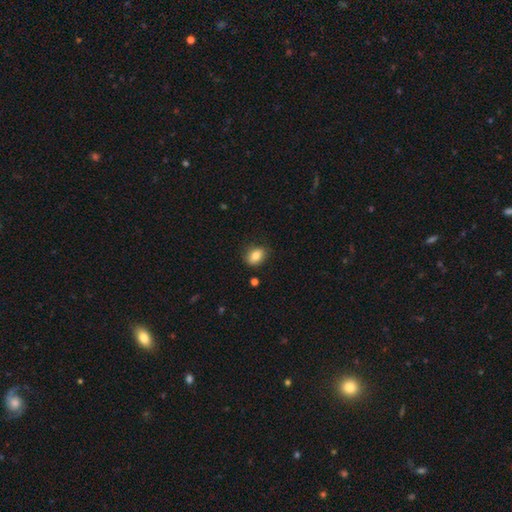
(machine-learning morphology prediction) smooth_or_featured: smooth (p=0.81) [alt: featured or disk p=0.10]
how_rounded: in between (p=0.70) [alt: round p=0.29]
merging: none (p=0.81) [alt: minor disturbance p=0.14]